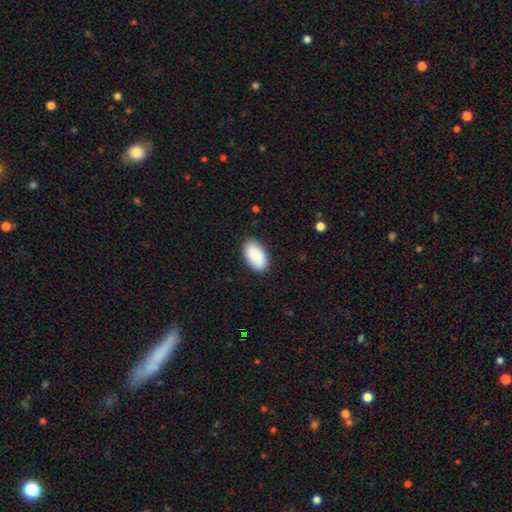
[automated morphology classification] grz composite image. It shows a smooth galaxy with no disk features (88%) that is in between round and cigar-shaped (95%). Merging: none (87%).